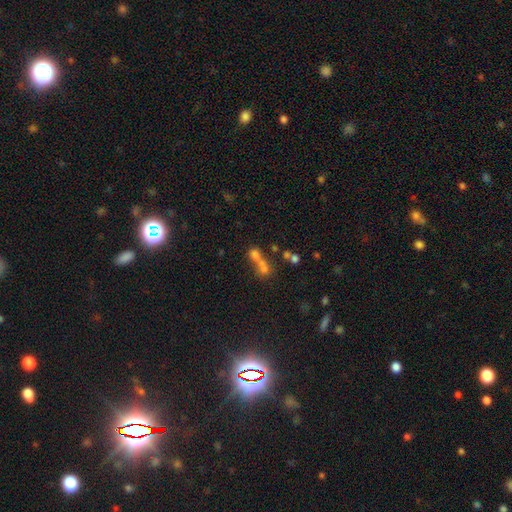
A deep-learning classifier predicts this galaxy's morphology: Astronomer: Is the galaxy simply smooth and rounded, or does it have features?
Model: smooth — 59%.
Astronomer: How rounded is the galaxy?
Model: round — 53% (runner-up: in between, 39%).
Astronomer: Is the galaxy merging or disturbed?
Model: merger — 61%.